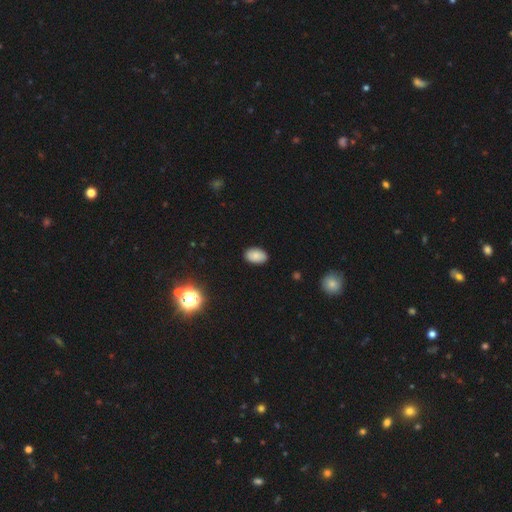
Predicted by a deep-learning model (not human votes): The model was most divided on "smooth or featured": smooth: 84%, star or artifact: 10%, featured or disk: 6%. More confident: how rounded — in between (91%); merging — none (89%).